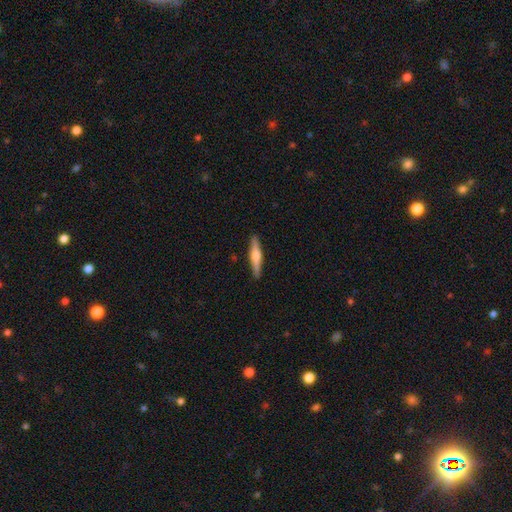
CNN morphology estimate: smooth-or-featured: featured or disk: 56% | smooth: 38% | star or artifact: 5%
  disk-edge-on: yes: 97% | no: 3%
    edge-on-bulge: rounded: 85% | boxy: 10% | none: 5%
  merging: none: 91% | minor disturbance: 7% | major disturbance: 1% | merger: 1%